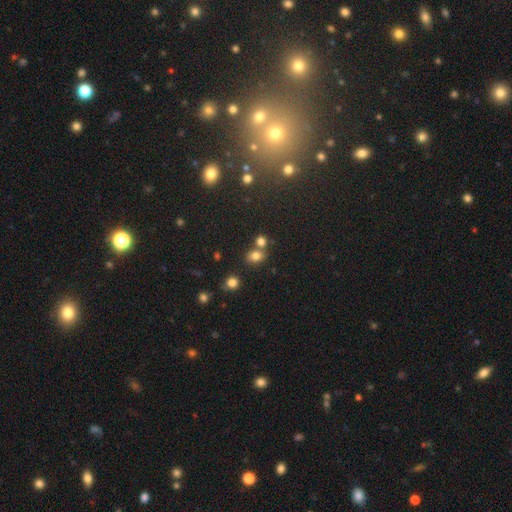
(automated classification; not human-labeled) Overall: smooth (76%). How rounded: in between (53%; round 46%). Merging: none (55%; merger 31%).